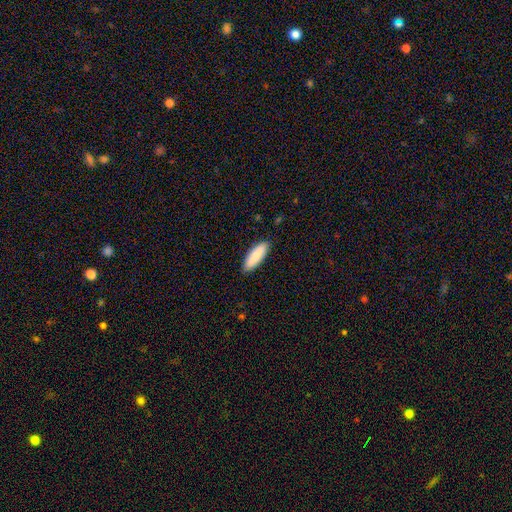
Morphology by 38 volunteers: Smooth or featured? 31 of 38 (82%) said smooth. How rounded? 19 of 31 (61%) said in between. Merging? 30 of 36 (83%) said none.